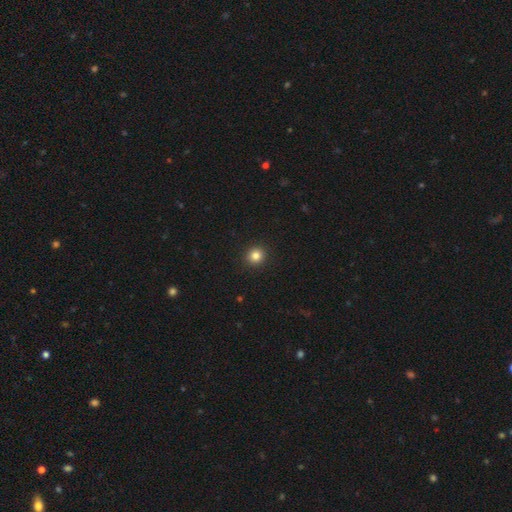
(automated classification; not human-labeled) smooth 83%, star or artifact 12%, featured or disk 5%. Down the decision tree: how rounded — round (92%); merging — none (93%).